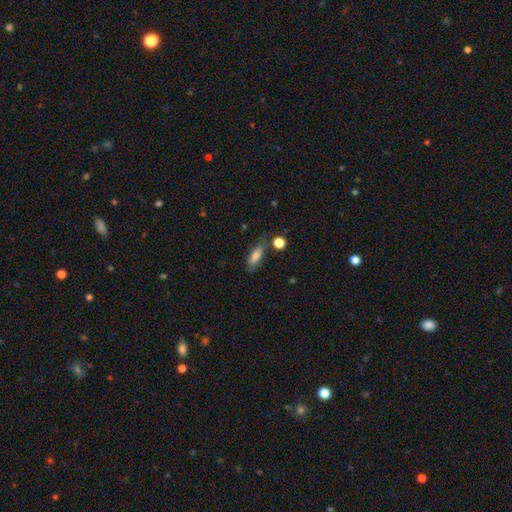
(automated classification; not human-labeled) Morphology: type=smooth (77%); roundness=in between (66%); merging=none (64%).